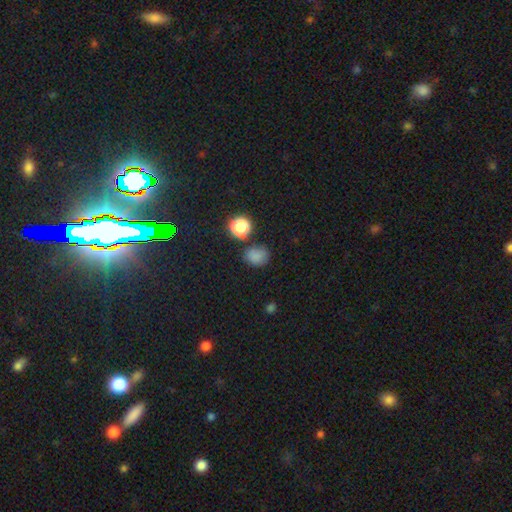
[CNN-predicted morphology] Smooth or featured? smooth (80%)
How rounded? round (61%)
Merging? none (69%)